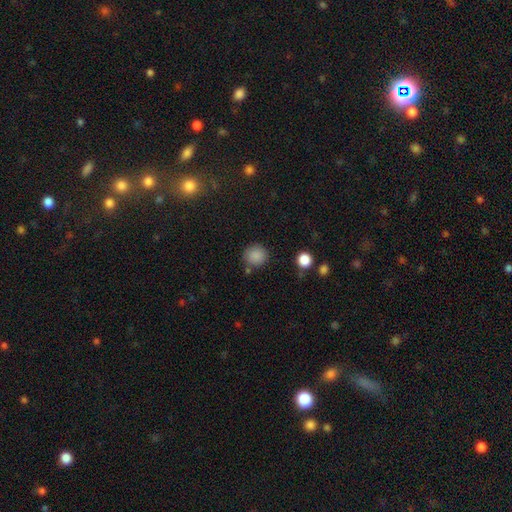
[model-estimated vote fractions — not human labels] Overall: smooth (86%). How rounded: round (88%). Merging: none (82%).